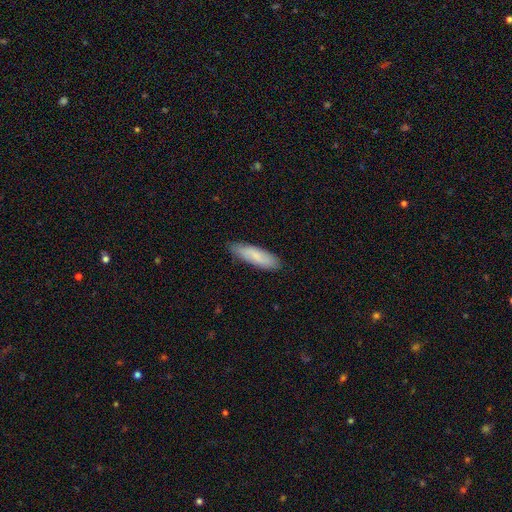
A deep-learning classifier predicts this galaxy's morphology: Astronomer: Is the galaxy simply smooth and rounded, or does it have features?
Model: smooth — 78%.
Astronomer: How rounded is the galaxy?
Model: cigar-shaped — 57% (runner-up: in between, 41%).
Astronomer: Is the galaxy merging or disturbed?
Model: none — 82%.